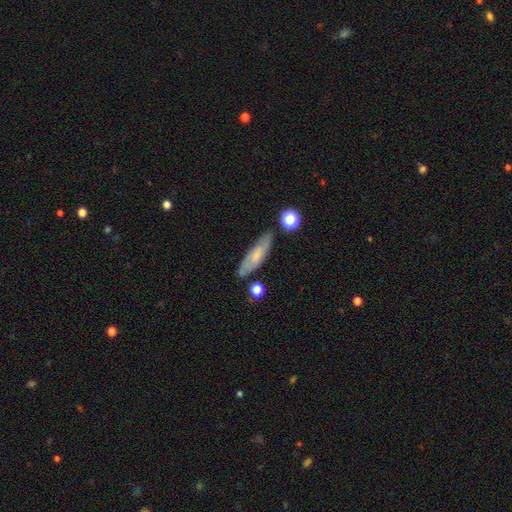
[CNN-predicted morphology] Overall: smooth (56%; featured or disk 36%). How rounded: cigar-shaped (61%; in between 36%). Merging: none (76%).